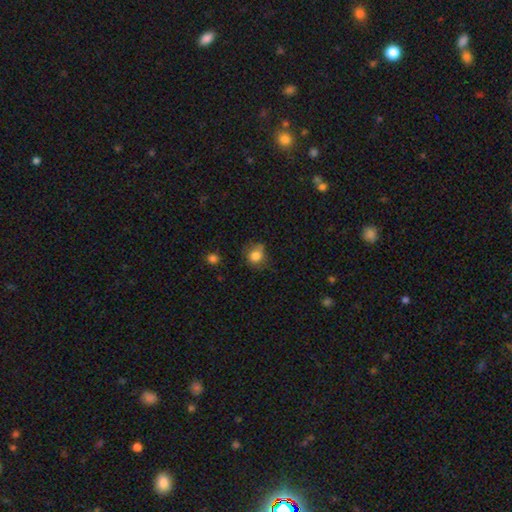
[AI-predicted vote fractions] Overall: smooth (81%). How rounded: round (73%). Merging: none (60%; minor disturbance 28%).